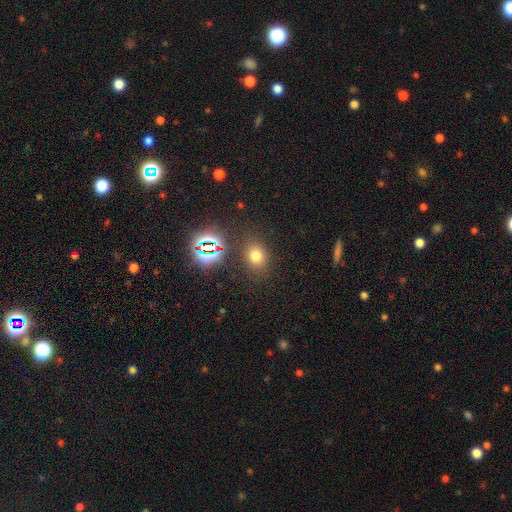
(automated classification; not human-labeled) smooth_or_featured: smooth (p=0.68) [alt: star or artifact p=0.24]
how_rounded: round (p=0.52) [alt: in between p=0.47]
merging: none (p=0.82) [alt: minor disturbance p=0.10]